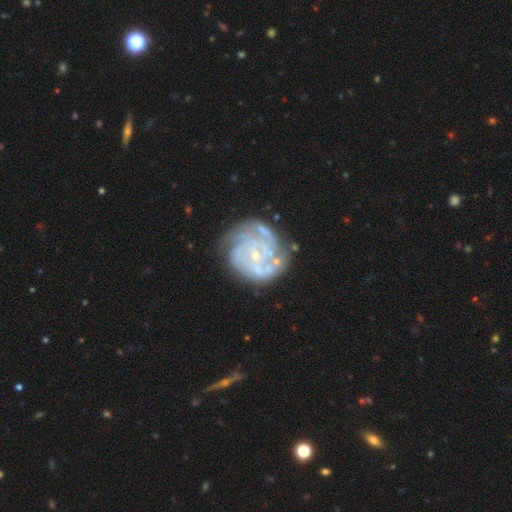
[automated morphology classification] Smooth or featured? Predicted: featured or disk (p=0.83). Edge-on disk? Predicted: no (p=0.98). Bar? Predicted: no (p=0.69). Spiral arms? Predicted: yes (p=0.90). Spiral winding? Predicted: tight (p=0.65). Spiral arm count? Predicted: can't tell (p=0.33). Bulge size? Predicted: small (p=0.77). Merging? Predicted: none (p=0.64).